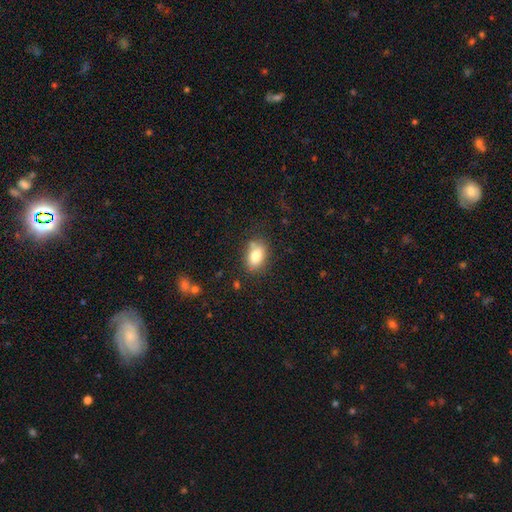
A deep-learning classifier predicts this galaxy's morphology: Overall: smooth (82%). How rounded: in between (82%). Merging: none (76%).